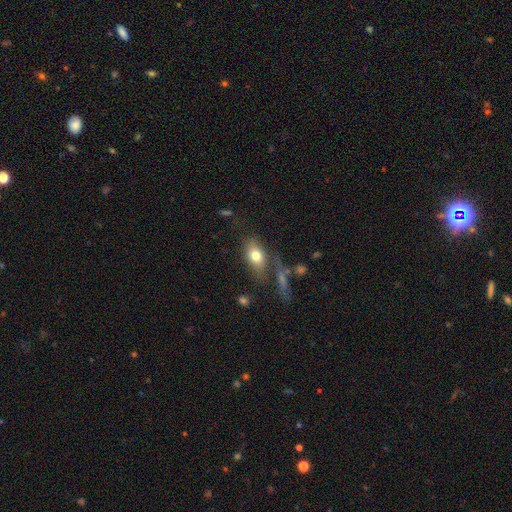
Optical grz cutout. It shows a smooth galaxy with no disk features (76%) that is in between round and cigar-shaped (90%). Merging: none (51%).